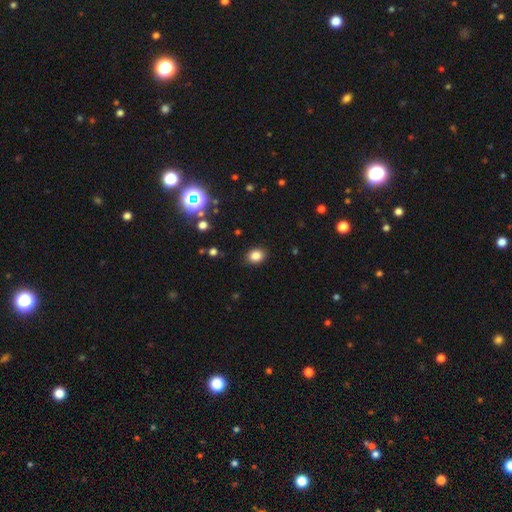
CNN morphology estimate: The model was most divided on "how rounded": in between: 53%, round: 46%, cigar-shaped: 1%. More confident: merging — none (89%); smooth or featured — smooth (84%).